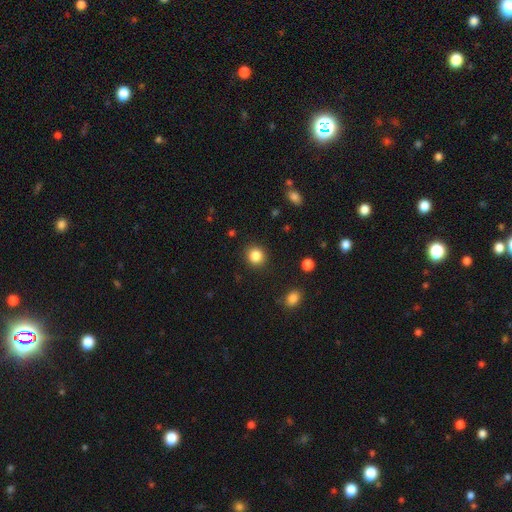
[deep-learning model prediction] smooth-or-featured: smooth: 85% | star or artifact: 10% | featured or disk: 5%
  how-rounded: round: 87% | in between: 12% | cigar-shaped: 1%
  merging: none: 90% | minor disturbance: 6% | major disturbance: 2% | merger: 1%